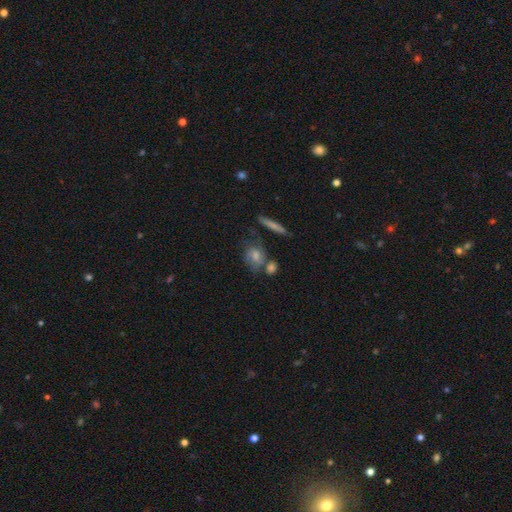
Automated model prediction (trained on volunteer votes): Smooth or featured?
  - featured or disk: 45% *
  - smooth: 40%
  - star or artifact: 15%
Merging?
  - none: 59% *
  - merger: 18%
  - minor disturbance: 15%
  - major disturbance: 7%